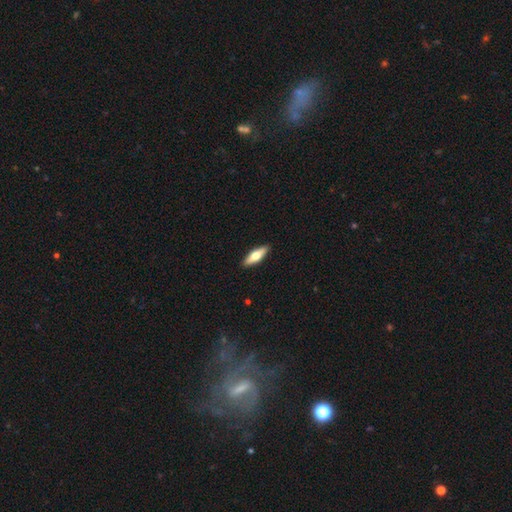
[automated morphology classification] smooth 53%, featured or disk 41%, star or artifact 5%. Down the decision tree: how rounded — cigar-shaped (55%); merging — none (91%).